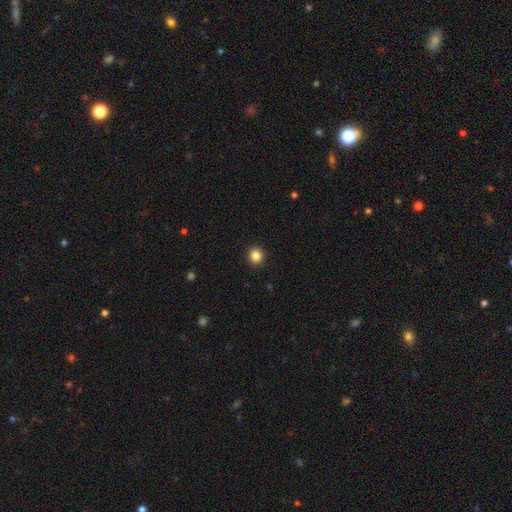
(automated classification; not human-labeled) Morphology: type=smooth (85%); roundness=round (90%); merging=none (93%).